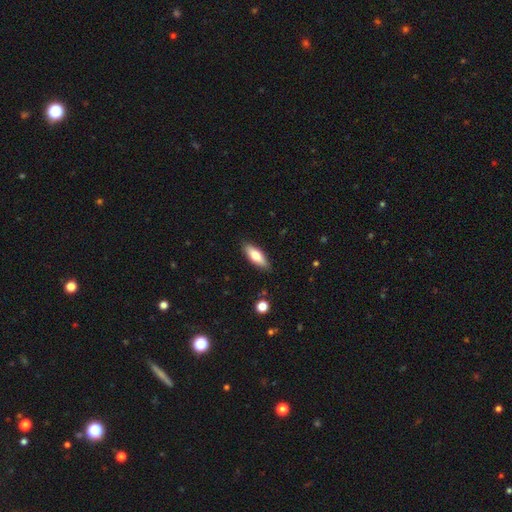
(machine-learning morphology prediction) smooth_or_featured: smooth (p=0.72) [alt: featured or disk p=0.22]
how_rounded: in between (p=0.63) [alt: cigar-shaped p=0.35]
merging: none (p=0.87) [alt: minor disturbance p=0.09]